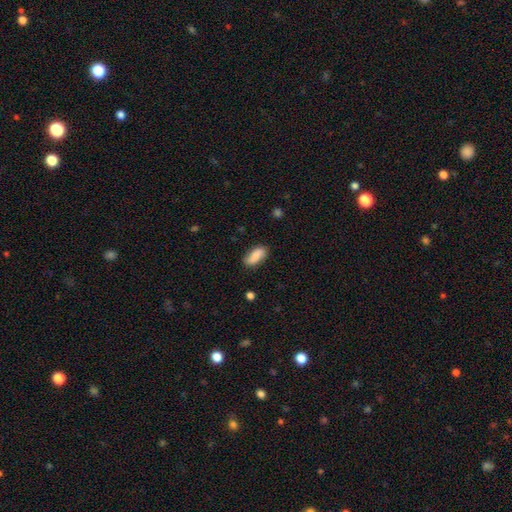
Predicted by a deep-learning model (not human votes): Q: Smooth or featured?
A: smooth (77%); runner-up: featured or disk (16%)
Q: How rounded?
A: in between (86%); runner-up: cigar-shaped (11%)
Q: Merging?
A: none (80%); runner-up: minor disturbance (15%)